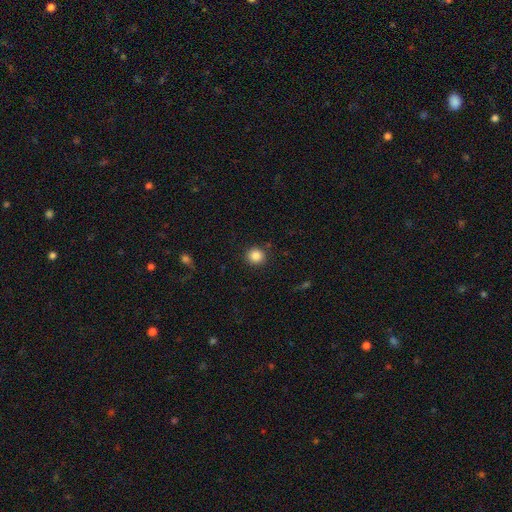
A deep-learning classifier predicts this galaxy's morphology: Smooth or featured?
  - smooth: 85% *
  - star or artifact: 10%
  - featured or disk: 4%
How rounded?
  - round: 92% *
  - in between: 7%
  - cigar-shaped: 1%
Merging?
  - none: 90% *
  - minor disturbance: 6%
  - major disturbance: 2%
  - merger: 2%